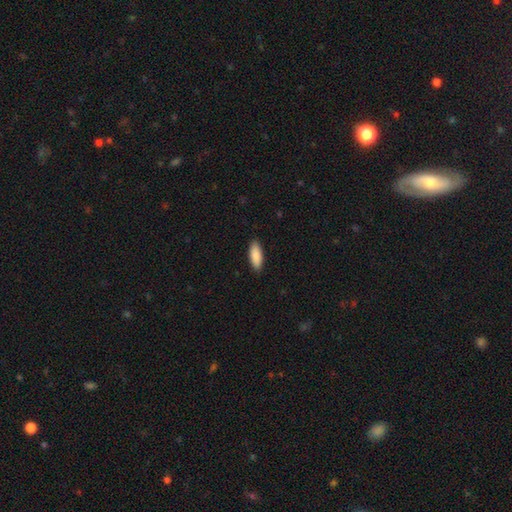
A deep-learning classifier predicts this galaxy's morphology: This is clearly a smooth galaxy (89%). How rounded: likely in between (72%). Merging: clearly none (89%).